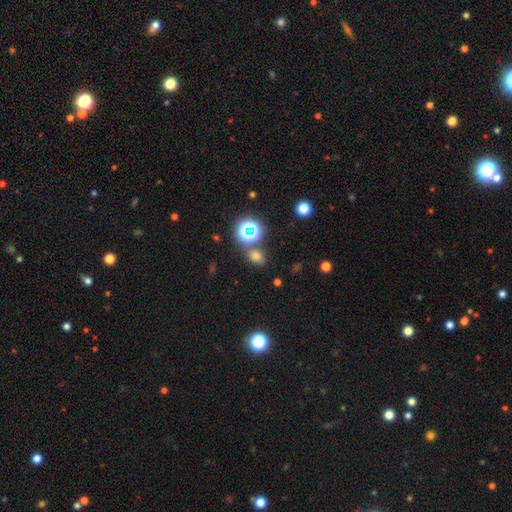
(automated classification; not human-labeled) Smooth or featured? smooth (62%)
How rounded? round (50%)
Merging? none (76%)